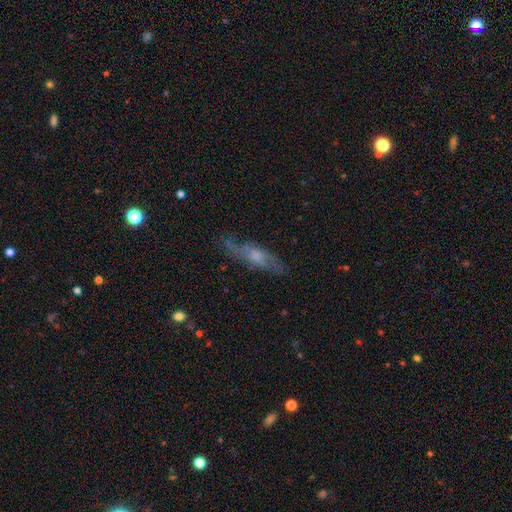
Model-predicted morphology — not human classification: Overall: featured or disk (62%; smooth 30%). Edge-on disk: no (57%; yes 43%). Merging: none (68%).